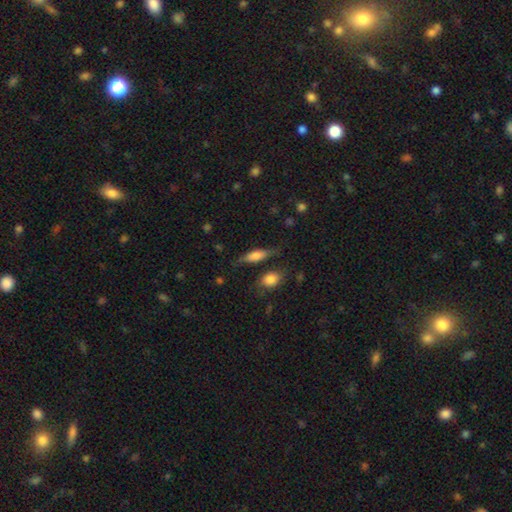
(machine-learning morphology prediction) Smooth or featured: smooth — 61% (featured or disk — 31%)
How rounded: in between — 55% (cigar-shaped — 41%)
Merging: none — 63% (minor disturbance — 23%)